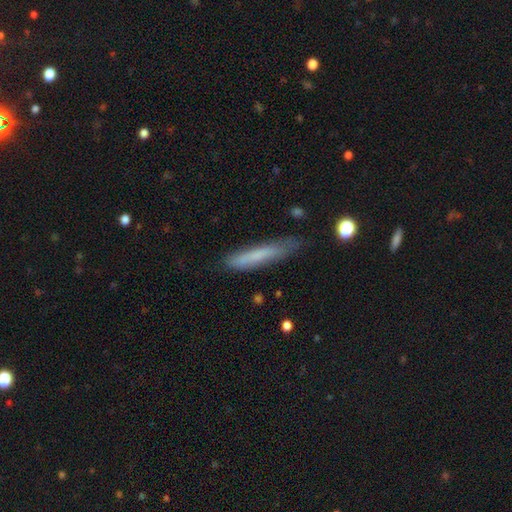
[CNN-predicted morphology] Smooth or featured? Predicted: smooth (p=0.70). How rounded? Predicted: cigar-shaped (p=0.91). Merging? Predicted: none (p=0.71).